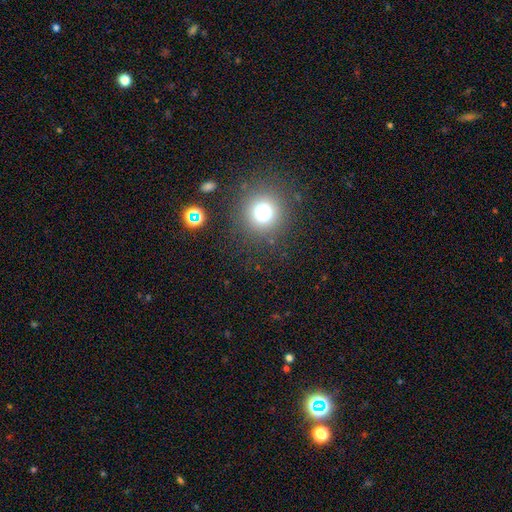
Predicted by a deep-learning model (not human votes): Q: Smooth or featured?
A: smooth (64%); runner-up: star or artifact (29%)
Q: How rounded?
A: round (92%); runner-up: in between (7%)
Q: Merging?
A: none (88%); runner-up: minor disturbance (6%)